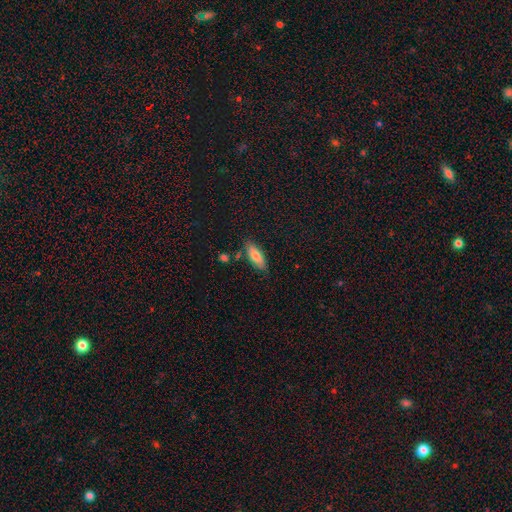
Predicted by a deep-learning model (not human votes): This is likely a smooth galaxy (78%). How rounded: likely in between (73%). Merging: likely none (80%).